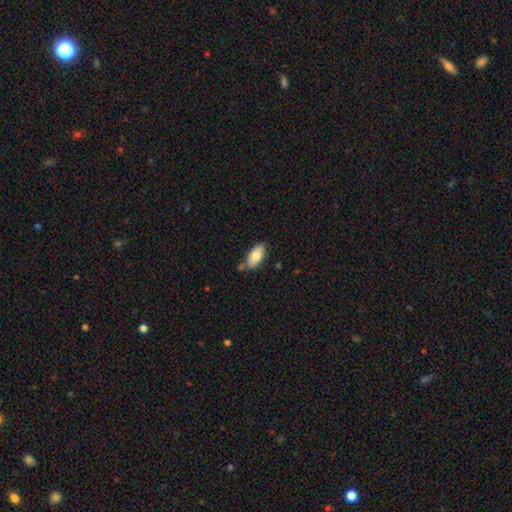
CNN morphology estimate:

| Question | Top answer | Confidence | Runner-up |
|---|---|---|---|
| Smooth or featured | smooth | 78% | featured or disk (16%) |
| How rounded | in between | 90% | cigar-shaped (8%) |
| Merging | none | 70% | minor disturbance (19%) |